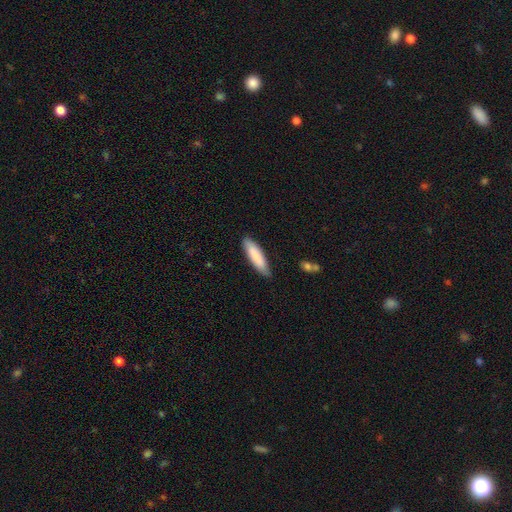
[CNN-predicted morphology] Q: Smooth or featured?
A: smooth (83%); runner-up: featured or disk (11%)
Q: How rounded?
A: cigar-shaped (67%); runner-up: in between (31%)
Q: Merging?
A: none (82%); runner-up: minor disturbance (15%)